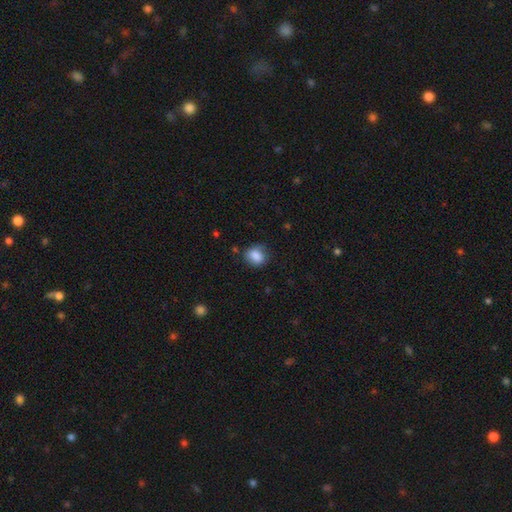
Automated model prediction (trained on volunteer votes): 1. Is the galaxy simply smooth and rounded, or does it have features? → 85% smooth, 9% star or artifact, 6% featured or disk.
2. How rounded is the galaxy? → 56% round, 42% in between, 1% cigar-shaped.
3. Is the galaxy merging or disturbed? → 70% none, 22% minor disturbance, 6% major disturbance, 2% merger.